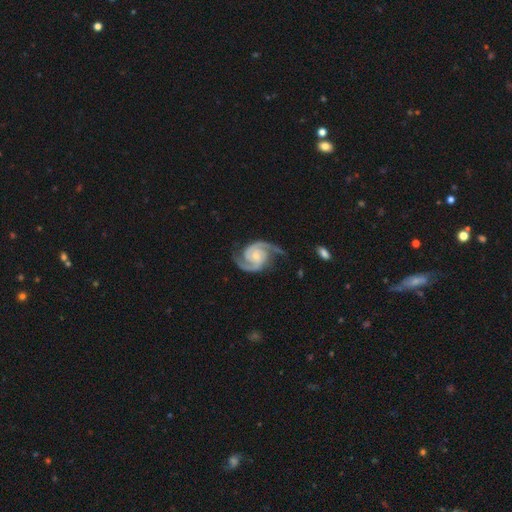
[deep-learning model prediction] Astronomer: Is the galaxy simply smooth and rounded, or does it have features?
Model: featured or disk — 93%.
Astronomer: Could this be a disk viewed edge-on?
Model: no — 98%.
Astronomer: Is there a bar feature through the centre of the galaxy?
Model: no — 63%.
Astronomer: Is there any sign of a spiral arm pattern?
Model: yes — 99%.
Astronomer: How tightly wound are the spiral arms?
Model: medium — 52% (runner-up: tight, 38%).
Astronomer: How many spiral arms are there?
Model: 2 — 92%.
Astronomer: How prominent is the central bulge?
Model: small — 57%.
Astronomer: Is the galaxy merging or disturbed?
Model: none — 75%.